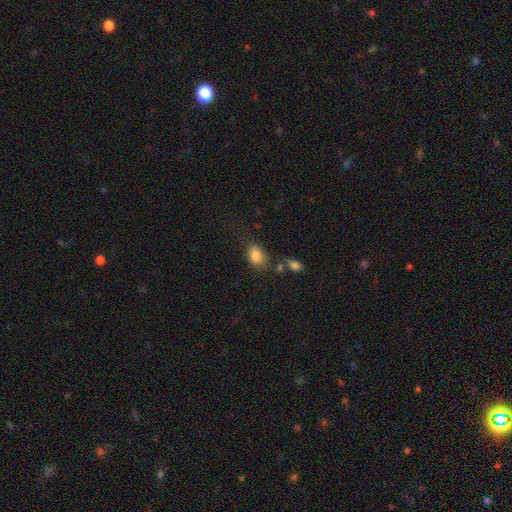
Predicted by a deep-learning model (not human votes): This appears to be a smooth galaxy with no disk features (84%) that is in between round and cigar-shaped (77%). Merging: none (61%).